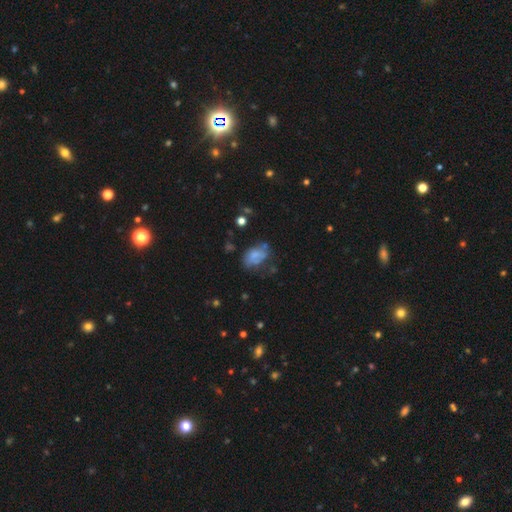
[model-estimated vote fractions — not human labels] smooth_or_featured: smooth (p=0.61) [alt: featured or disk p=0.28]
how_rounded: in between (p=0.86) [alt: round p=0.12]
merging: none (p=0.43) [alt: minor disturbance p=0.30]